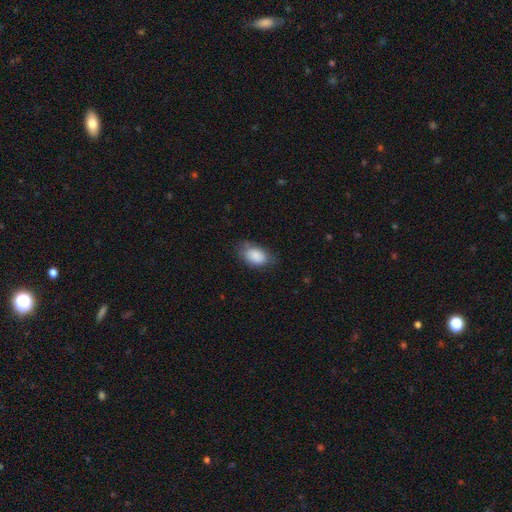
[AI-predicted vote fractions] Q: Smooth or featured?
A: smooth (86%); runner-up: featured or disk (7%)
Q: How rounded?
A: in between (90%); runner-up: round (8%)
Q: Merging?
A: none (66%); runner-up: minor disturbance (26%)